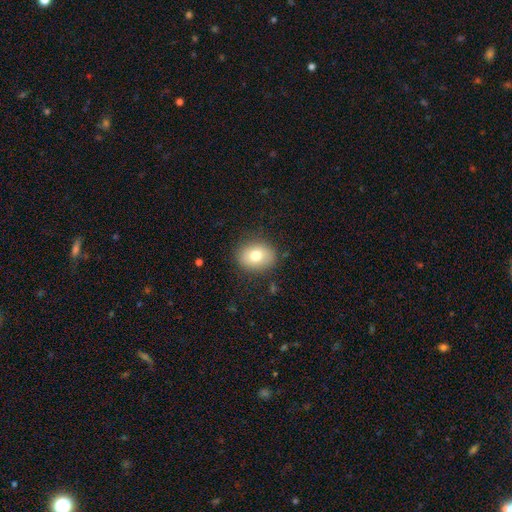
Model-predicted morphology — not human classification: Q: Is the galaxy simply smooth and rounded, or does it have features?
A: smooth — 75%.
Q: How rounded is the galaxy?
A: in between — 50%.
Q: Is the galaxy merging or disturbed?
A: none — 85%.